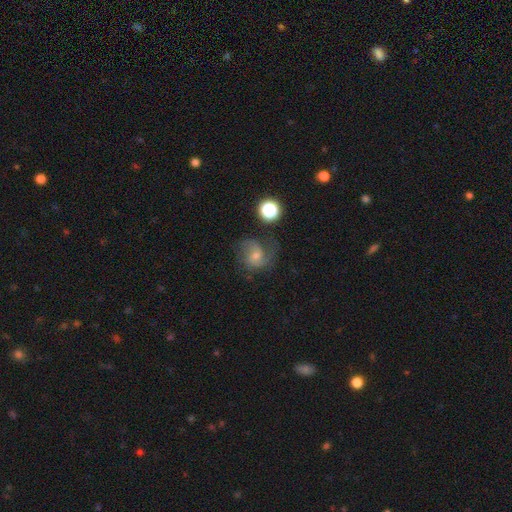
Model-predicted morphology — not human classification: featured or disk 69%, smooth 20%, star or artifact 11%. Down the decision tree: edge-on disk — no (98%); bar — no (54%); spiral arms — yes (93%); spiral arm count — 2 (65%); spiral winding — medium (50%); bulge size — small (50%); merging — none (54%).